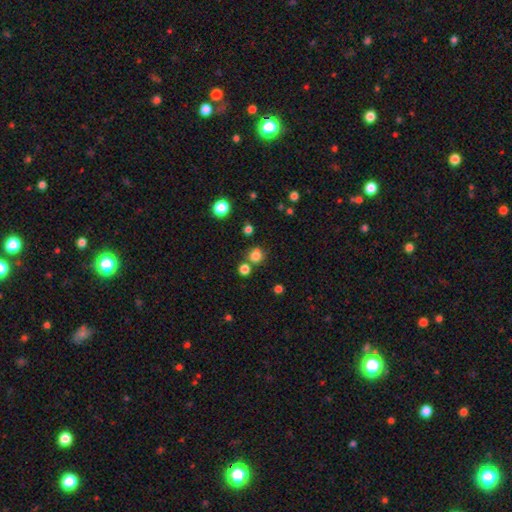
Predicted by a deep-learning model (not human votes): Morphology: type=smooth (79%); roundness=round (85%); merging=none (72%).